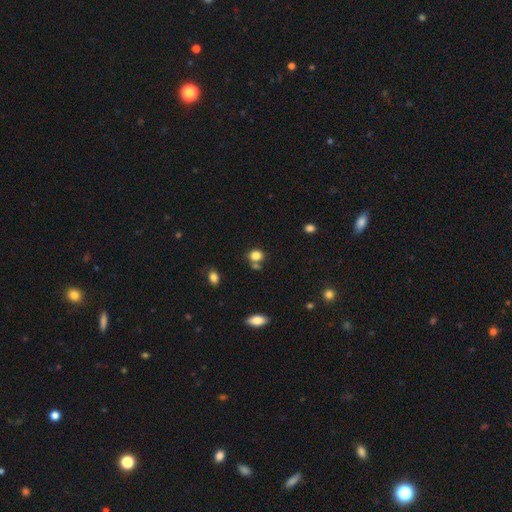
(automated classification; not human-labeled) This is clearly a smooth galaxy (82%). How rounded: likely round (65%). Merging: likely none (62%).